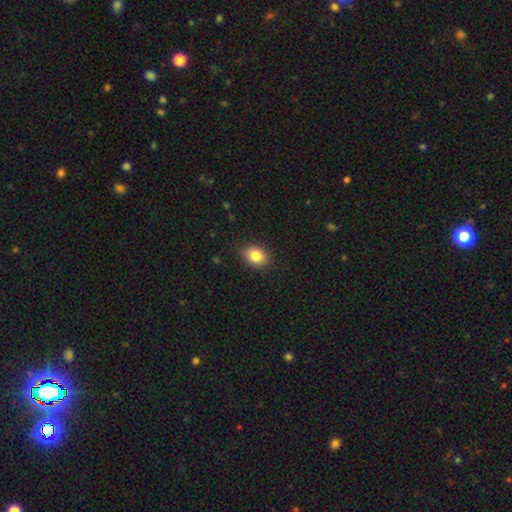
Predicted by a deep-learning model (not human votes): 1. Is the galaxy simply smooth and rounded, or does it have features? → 84% smooth, 9% star or artifact, 7% featured or disk.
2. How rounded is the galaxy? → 61% in between, 38% round, 1% cigar-shaped.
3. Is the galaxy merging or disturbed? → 89% none, 8% minor disturbance, 2% major disturbance, 1% merger.